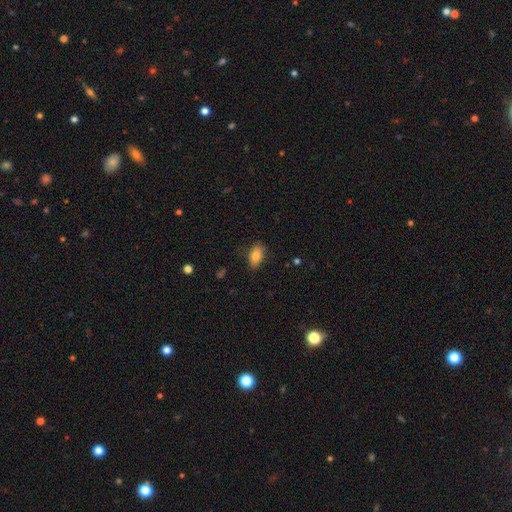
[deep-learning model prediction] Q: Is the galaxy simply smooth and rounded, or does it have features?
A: smooth — 82%.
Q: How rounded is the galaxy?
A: in between — 87%.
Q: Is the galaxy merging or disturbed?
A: none — 75%.